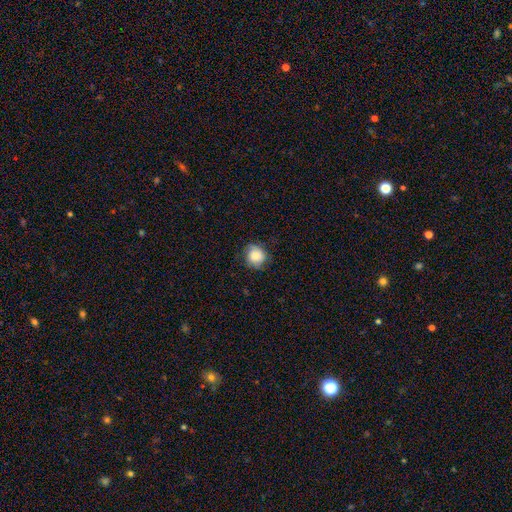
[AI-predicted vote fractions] Morphology: type=smooth (78%); roundness=round (82%); merging=none (74%).